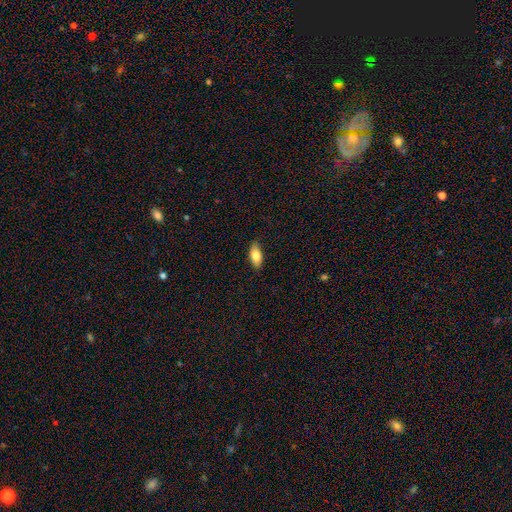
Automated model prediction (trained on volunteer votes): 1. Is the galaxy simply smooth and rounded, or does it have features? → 81% smooth, 13% featured or disk, 7% star or artifact.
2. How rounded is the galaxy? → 87% in between, 10% cigar-shaped, 3% round.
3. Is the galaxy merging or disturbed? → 84% none, 13% minor disturbance, 2% major disturbance, 1% merger.